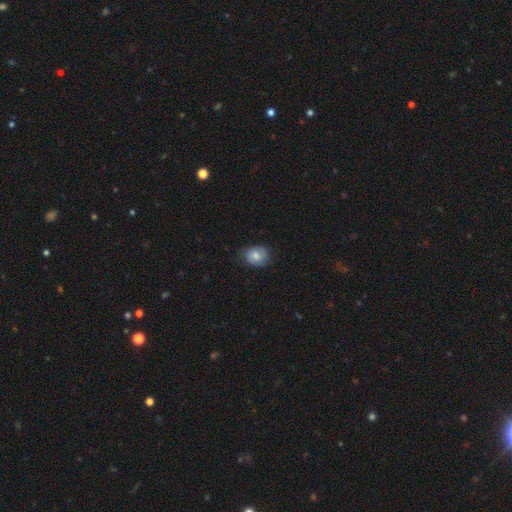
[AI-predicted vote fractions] Smooth or featured? smooth (75%)
How rounded? round (51%)
Merging? none (70%)